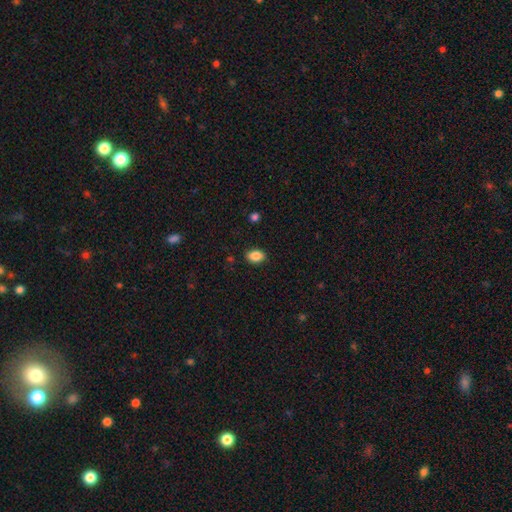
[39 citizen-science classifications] This appears to be a smooth galaxy with no disk features (87%) that is in between round and cigar-shaped (79%). Merging: none (92%).